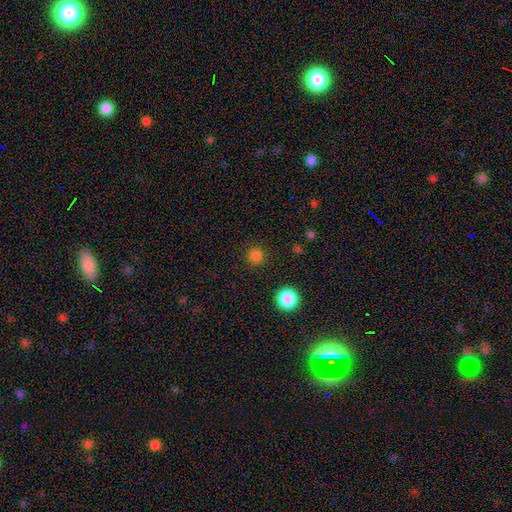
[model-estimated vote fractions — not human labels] This is clearly a smooth galaxy (80%). How rounded: clearly round (94%). Merging: clearly none (89%).